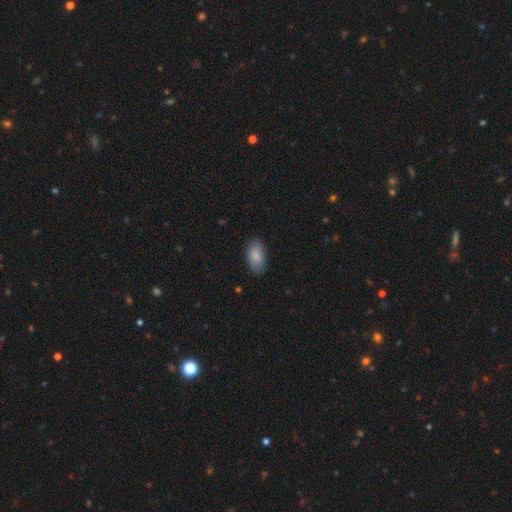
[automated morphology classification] Smooth or featured: smooth — 86% (featured or disk — 8%)
How rounded: in between — 94% (round — 4%)
Merging: none — 84% (minor disturbance — 12%)